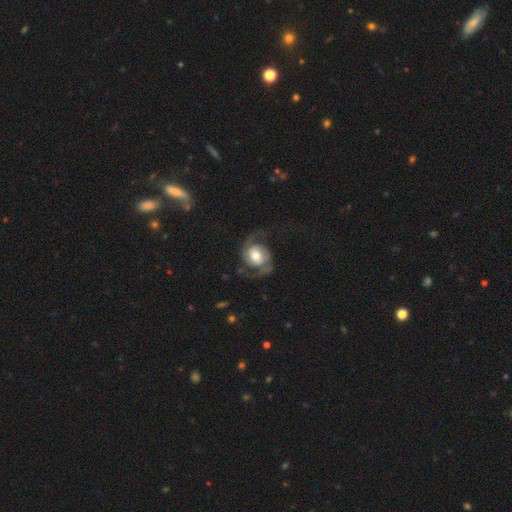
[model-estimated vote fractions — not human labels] Q: Smooth or featured?
A: featured or disk (81%); runner-up: smooth (14%)
Q: Edge-on disk?
A: no (98%); runner-up: yes (2%)
Q: Bar?
A: no (64%); runner-up: weak (28%)
Q: Spiral arms?
A: yes (94%); runner-up: no (6%)
Q: Spiral winding?
A: medium (47%); runner-up: loose (35%)
Q: Spiral arm count?
A: 2 (91%); runner-up: can't tell (3%)
Q: Bulge size?
A: moderate (63%); runner-up: large (20%)
Q: Merging?
A: none (66%); runner-up: major disturbance (16%)